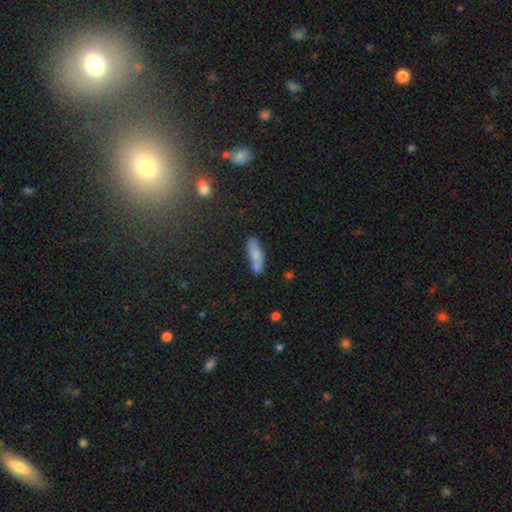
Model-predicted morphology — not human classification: Overall: smooth (71%). How rounded: in between (49%; cigar-shaped 48%). Merging: none (62%).